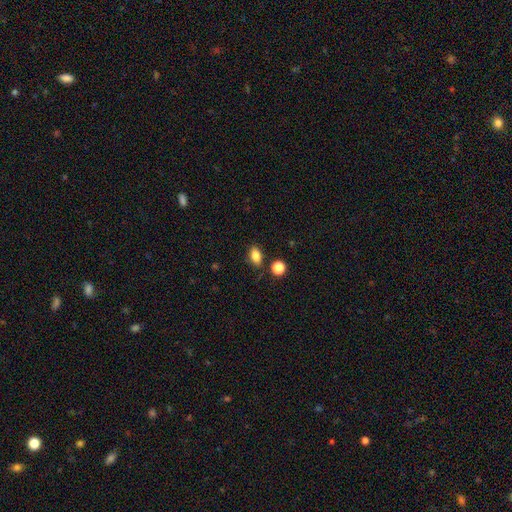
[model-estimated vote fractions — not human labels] This appears to be a smooth galaxy with no disk features (84%) that is in between round and cigar-shaped (83%). Merging: none (80%).